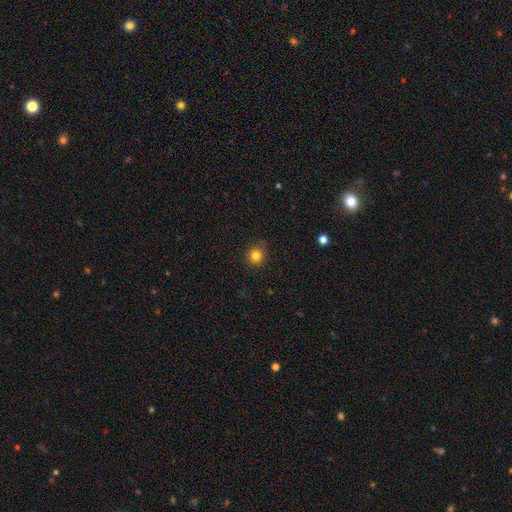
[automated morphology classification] smooth-or-featured: smooth: 82% | star or artifact: 12% | featured or disk: 5%
  how-rounded: round: 89% | in between: 10% | cigar-shaped: 1%
  merging: none: 82% | minor disturbance: 13% | major disturbance: 3% | merger: 2%